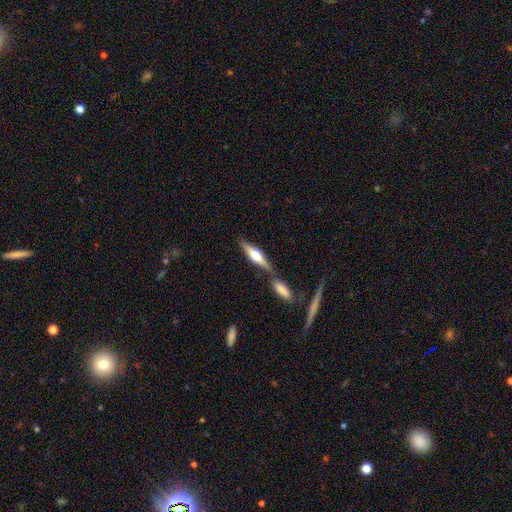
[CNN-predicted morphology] A featured or disk galaxy (50%) viewed edge-on (93%). Merging: none (63%).